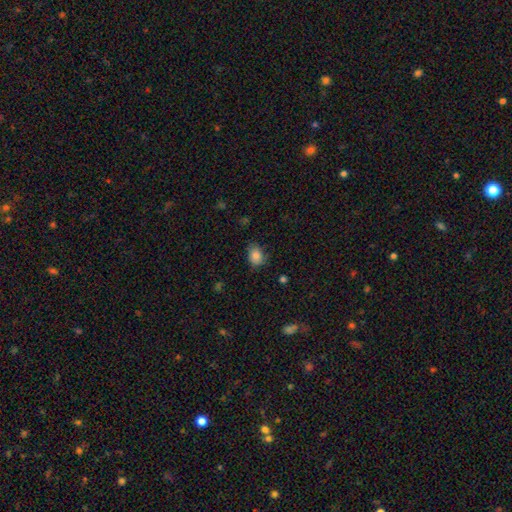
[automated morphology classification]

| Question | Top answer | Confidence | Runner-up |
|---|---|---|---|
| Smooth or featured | smooth | 84% | star or artifact (9%) |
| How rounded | in between | 64% | round (35%) |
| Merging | none | 71% | minor disturbance (23%) |